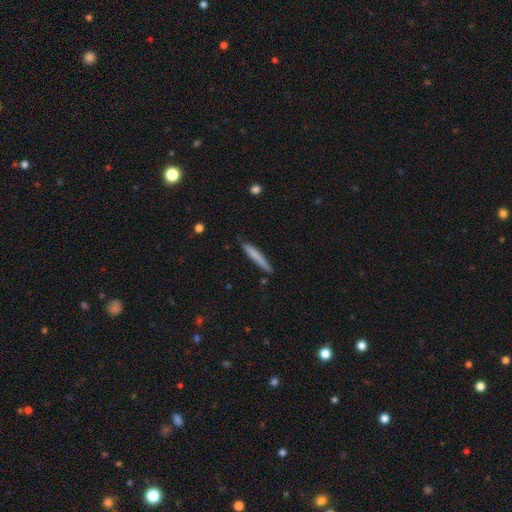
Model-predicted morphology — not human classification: Smooth or featured? smooth (76%)
How rounded? cigar-shaped (94%)
Merging? none (81%)